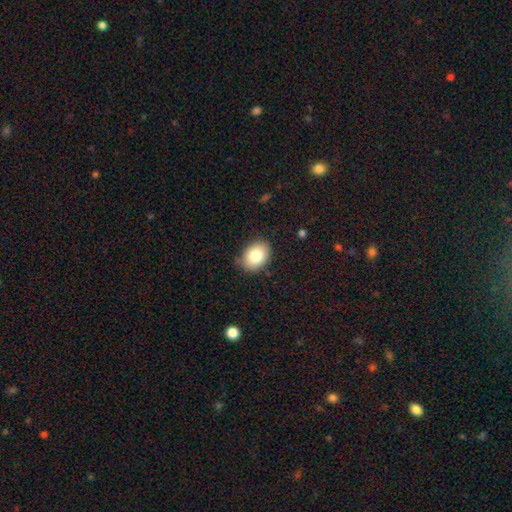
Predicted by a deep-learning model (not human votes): Morphology: type=smooth (82%); roundness=in between (74%); merging=none (79%).